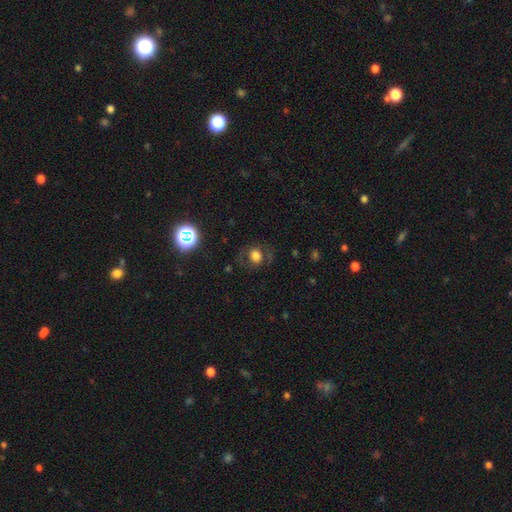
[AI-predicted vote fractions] smooth 62%, featured or disk 24%, star or artifact 14%. Down the decision tree: how rounded — round (69%); merging — none (73%).